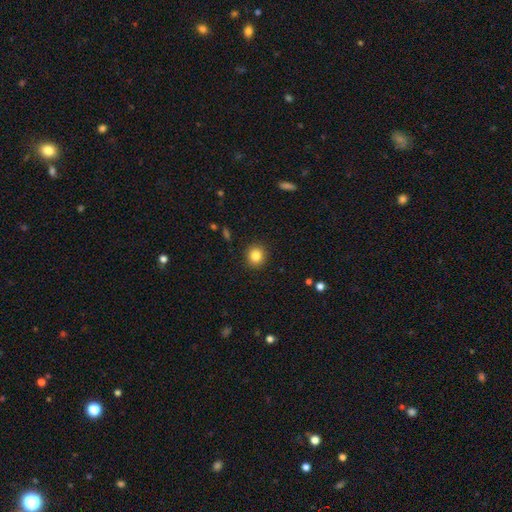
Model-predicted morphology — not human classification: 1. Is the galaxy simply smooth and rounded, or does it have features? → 84% smooth, 10% star or artifact, 6% featured or disk.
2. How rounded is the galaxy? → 90% round, 9% in between, 1% cigar-shaped.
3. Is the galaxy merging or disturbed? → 91% none, 6% minor disturbance, 2% major disturbance, 1% merger.